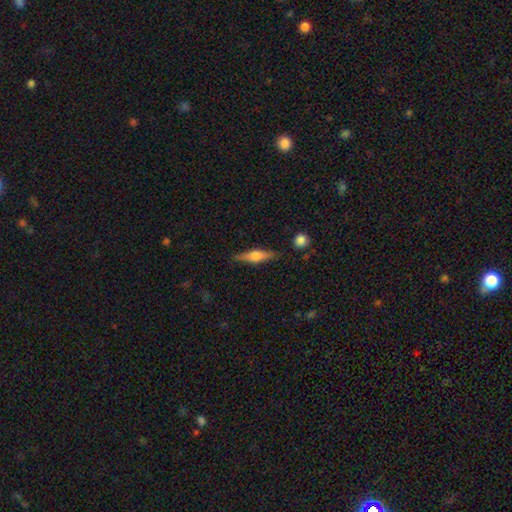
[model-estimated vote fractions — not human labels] This is possibly a featured or disk galaxy (52%). It is clearly viewed edge-on (94%). Merging: clearly none (83%).